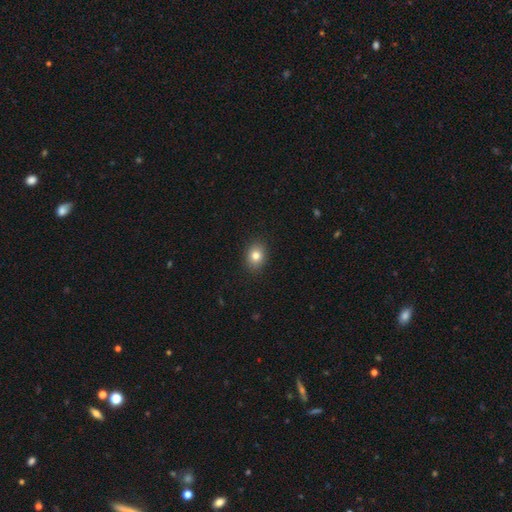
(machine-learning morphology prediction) Smooth or featured?
  - smooth: 81% *
  - star or artifact: 11%
  - featured or disk: 8%
How rounded?
  - in between: 52% *
  - round: 47%
  - cigar-shaped: 1%
Merging?
  - none: 89% *
  - minor disturbance: 8%
  - major disturbance: 2%
  - merger: 1%